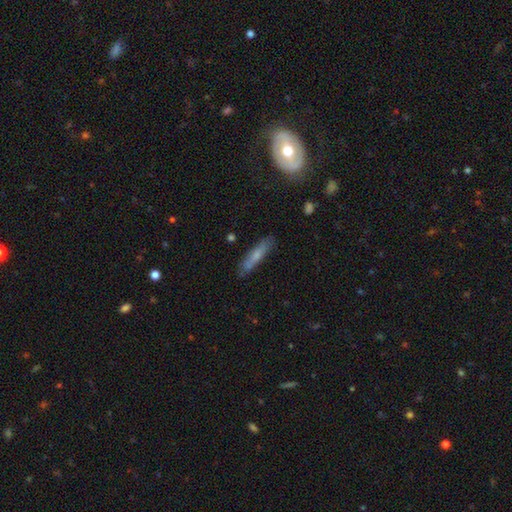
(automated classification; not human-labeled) A smooth galaxy with no disk features (62%) that is cigar-shaped (88%). Merging: none (80%).